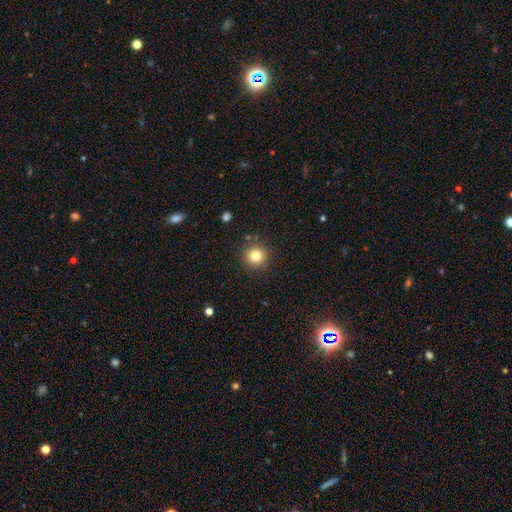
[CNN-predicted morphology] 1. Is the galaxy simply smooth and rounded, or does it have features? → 81% smooth, 12% star or artifact, 7% featured or disk.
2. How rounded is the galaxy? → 93% round, 6% in between, 1% cigar-shaped.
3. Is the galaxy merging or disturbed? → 88% none, 7% minor disturbance, 3% merger, 2% major disturbance.